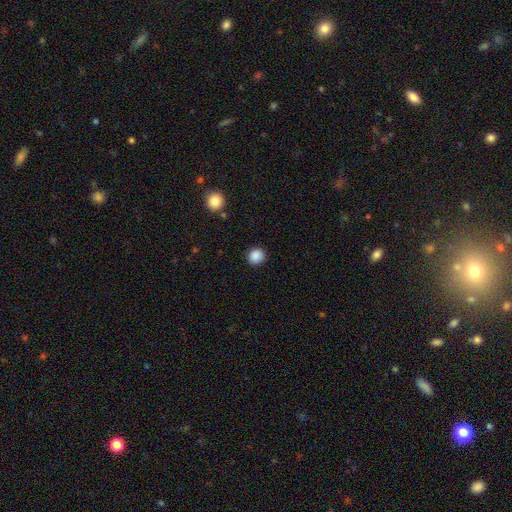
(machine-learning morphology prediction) Q: Smooth or featured?
A: smooth (88%); runner-up: star or artifact (10%)
Q: How rounded?
A: round (87%); runner-up: in between (12%)
Q: Merging?
A: none (90%); runner-up: minor disturbance (6%)